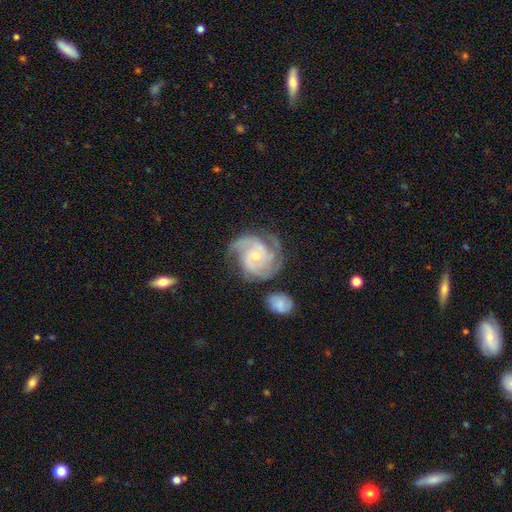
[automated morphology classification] This is clearly a featured or disk galaxy (87%). It is clearly not viewed edge-on (98%). Bar: likely no (69%). Spiral arm pattern: clearly yes (97%). Spiral arm count: marginally 3 (40%). Spiral winding: possibly tight (45%). Central bulge: possibly small (58%). Merging: likely none (62%).